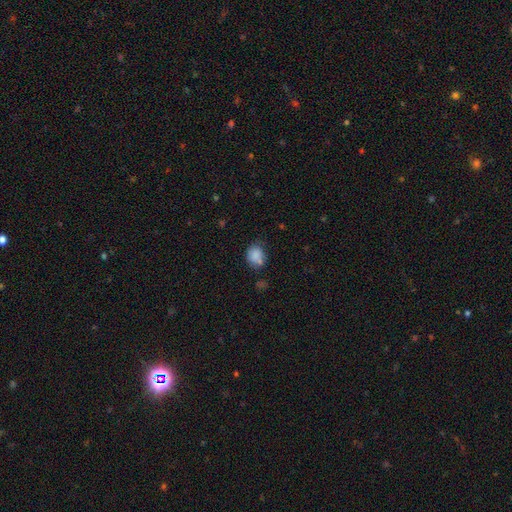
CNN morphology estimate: Smooth or featured? smooth (83%)
How rounded? round (59%)
Merging? none (58%)